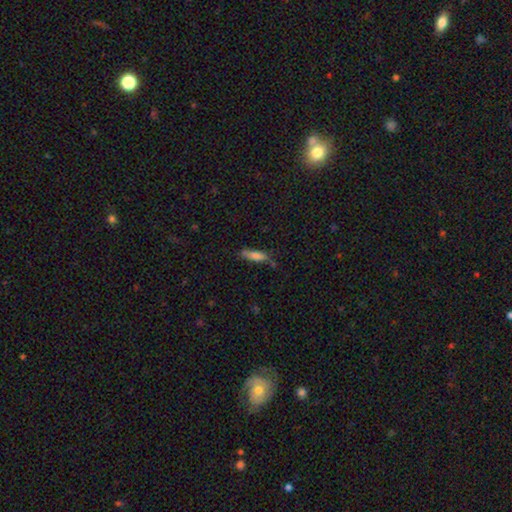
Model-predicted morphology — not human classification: Q: Smooth or featured?
A: smooth (72%); runner-up: featured or disk (18%)
Q: How rounded?
A: cigar-shaped (60%); runner-up: in between (38%)
Q: Merging?
A: none (67%); runner-up: minor disturbance (22%)